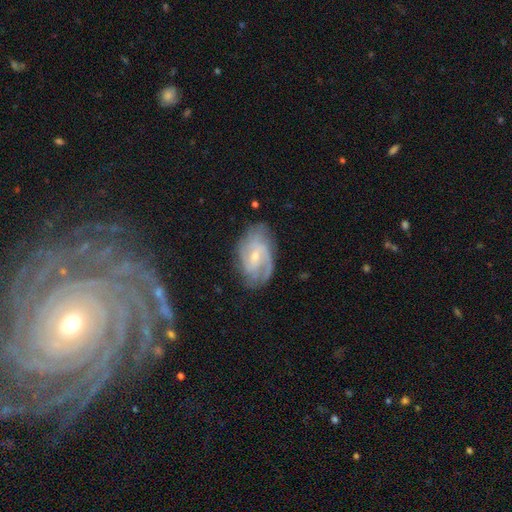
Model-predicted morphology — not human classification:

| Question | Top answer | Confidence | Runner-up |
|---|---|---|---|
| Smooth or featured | featured or disk | 82% | smooth (12%) |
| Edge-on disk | no | 96% | yes (4%) |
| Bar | weak | 51% | no (37%) |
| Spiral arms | yes | 95% | no (5%) |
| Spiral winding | medium | 44% | tight (40%) |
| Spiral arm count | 2 | 41% | can't tell (24%) |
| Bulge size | small | 65% | moderate (30%) |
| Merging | none | 69% | minor disturbance (21%) |